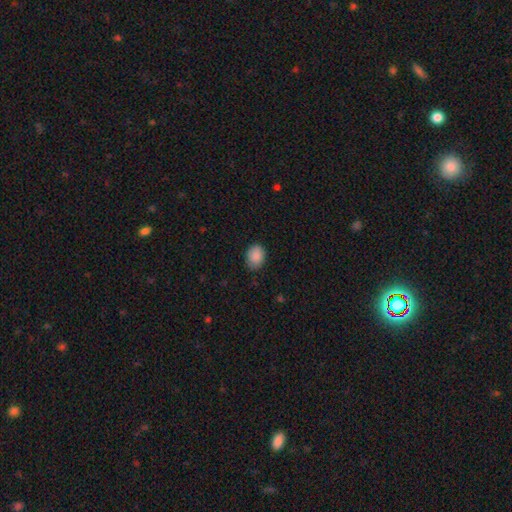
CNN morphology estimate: The model was most divided on "how rounded": in between: 62%, round: 37%, cigar-shaped: 1%. More confident: smooth or featured — smooth (89%); merging — none (77%).